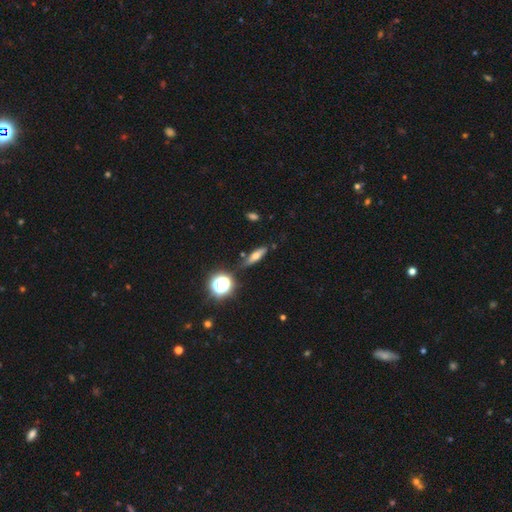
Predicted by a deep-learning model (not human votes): Smooth or featured?
  - smooth: 55% *
  - featured or disk: 29%
  - star or artifact: 16%
How rounded?
  - cigar-shaped: 55% *
  - in between: 35%
  - round: 10%
Merging?
  - none: 79% *
  - minor disturbance: 13%
  - merger: 4%
  - major disturbance: 3%